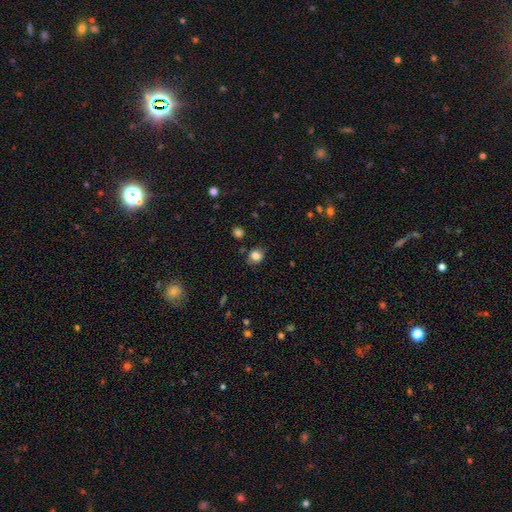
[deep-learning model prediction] A smooth galaxy with no disk features (82%) that is round (69%). Merging: none (79%).